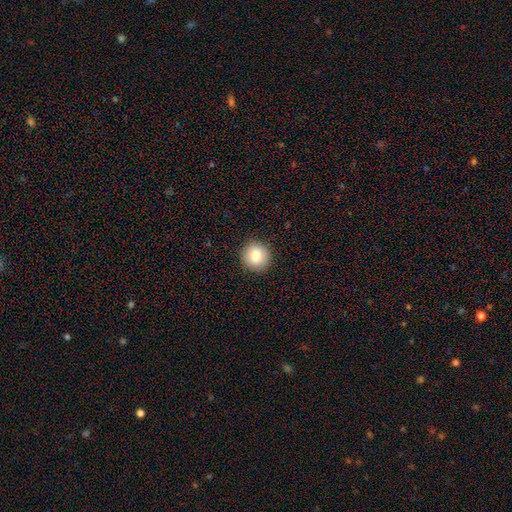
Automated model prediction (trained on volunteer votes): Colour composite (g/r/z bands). It shows a smooth galaxy with no disk features (83%) that is round (91%). Merging: none (90%).